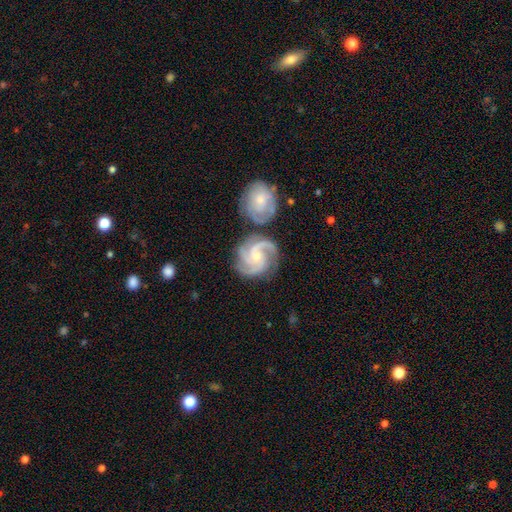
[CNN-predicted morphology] smooth-or-featured: featured or disk: 90% | smooth: 5% | star or artifact: 5%
  disk-edge-on: no: 98% | yes: 2%
    bar: no: 68% | weak: 26% | strong: 6%
    has-spiral-arms: yes: 98% | no: 2%
      spiral-winding: medium: 47% | tight: 45% | loose: 8%
      spiral-arm-count: 3: 63% | 4: 17% | 2: 8% | can't tell: 6% | more than 4: 4% | 1: 4%
    bulge-size: small: 61% | moderate: 35% | none: 2% | large: 1% | dominant: 1%
  merging: none: 65% | minor disturbance: 16% | merger: 14% | major disturbance: 5%